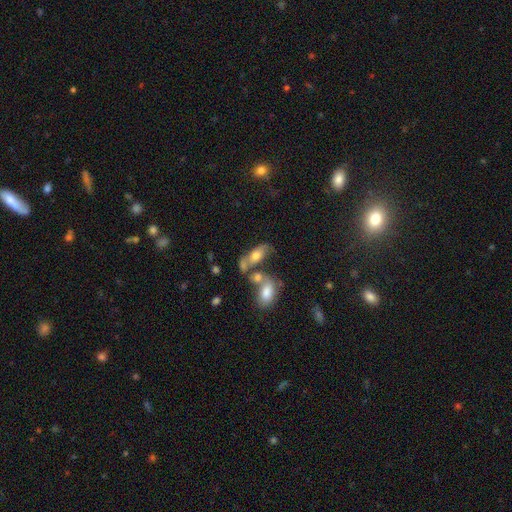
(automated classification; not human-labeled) A smooth galaxy with no disk features (60%) that is in between round and cigar-shaped (83%). Merging: merger (37%).